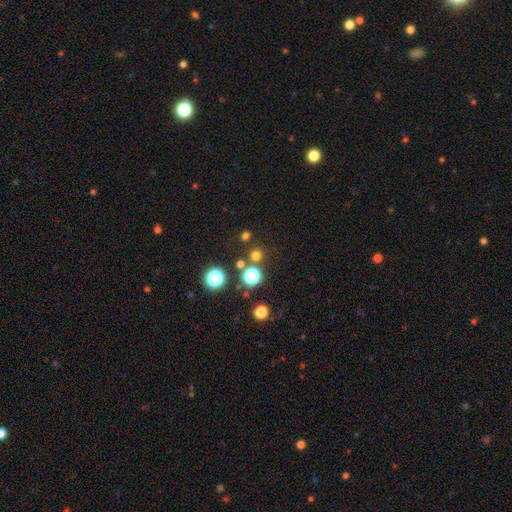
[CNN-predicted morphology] Q: Smooth or featured?
A: smooth (66%); runner-up: star or artifact (28%)
Q: How rounded?
A: round (94%); runner-up: in between (5%)
Q: Merging?
A: none (81%); runner-up: merger (9%)